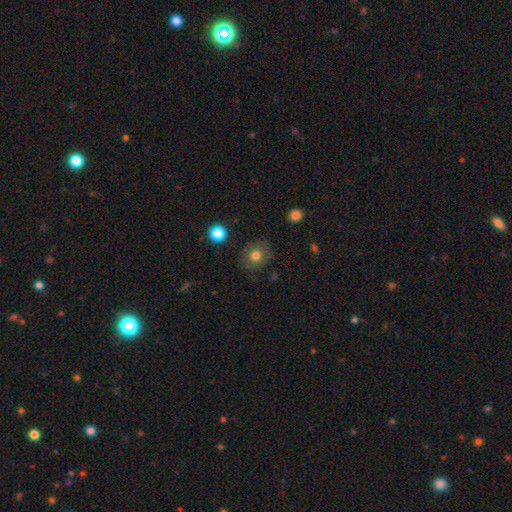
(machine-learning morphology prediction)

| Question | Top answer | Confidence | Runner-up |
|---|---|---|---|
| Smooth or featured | smooth | 72% | featured or disk (17%) |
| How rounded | round | 80% | in between (19%) |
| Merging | none | 80% | minor disturbance (13%) |